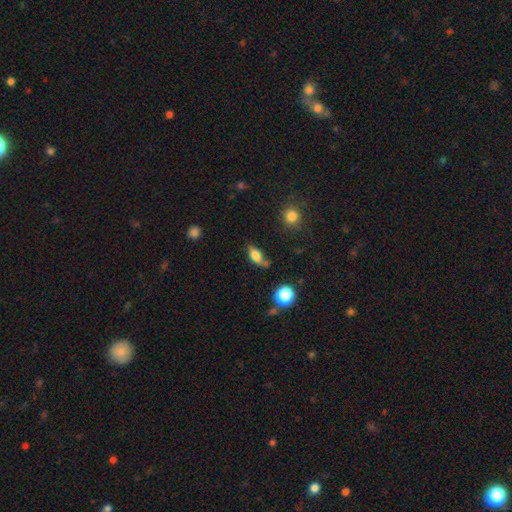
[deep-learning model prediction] Smooth or featured: smooth — 69% (featured or disk — 21%)
How rounded: in between — 75% (cigar-shaped — 17%)
Merging: none — 57% (minor disturbance — 25%)